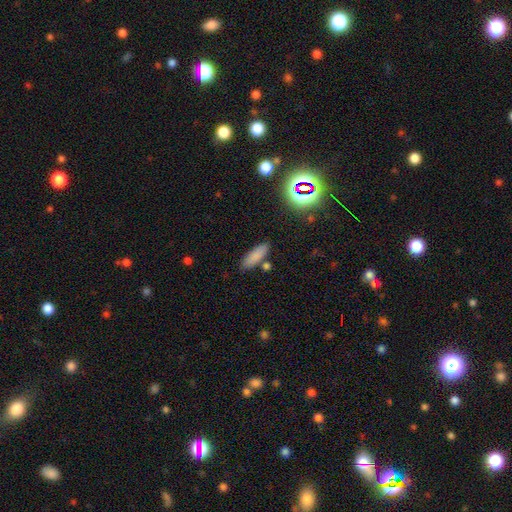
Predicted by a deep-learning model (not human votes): Smooth or featured? smooth (83%)
How rounded? in between (53%)
Merging? none (78%)